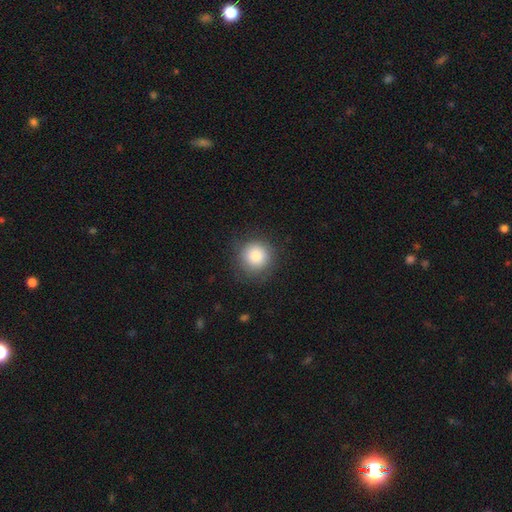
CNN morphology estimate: A smooth galaxy with no disk features (85%) that is round (94%). Merging: none (85%).